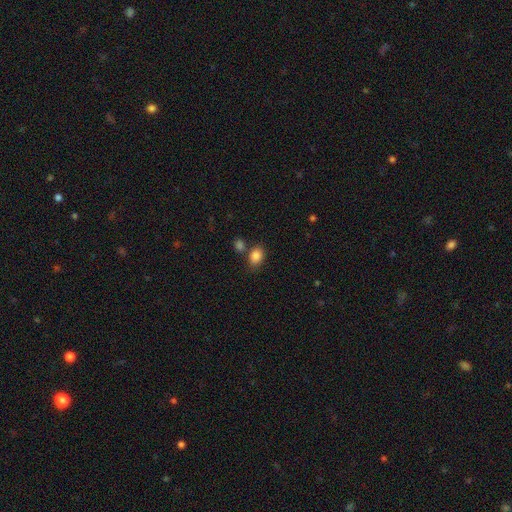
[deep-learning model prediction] Q: Smooth or featured?
A: smooth (85%); runner-up: star or artifact (9%)
Q: How rounded?
A: in between (62%); runner-up: round (37%)
Q: Merging?
A: none (66%); runner-up: merger (16%)